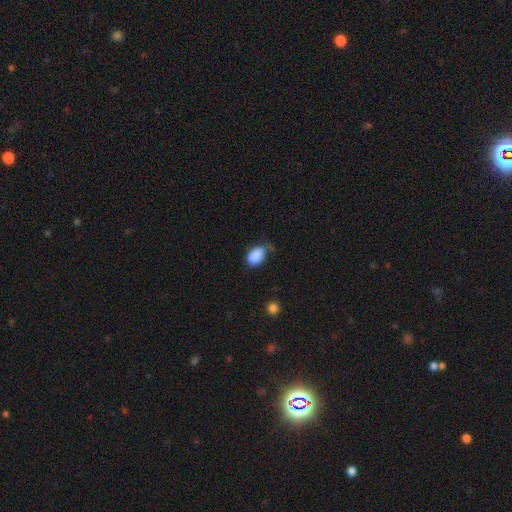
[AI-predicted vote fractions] Q: Smooth or featured?
A: smooth (87%); runner-up: star or artifact (7%)
Q: How rounded?
A: in between (88%); runner-up: round (10%)
Q: Merging?
A: none (46%); runner-up: minor disturbance (37%)